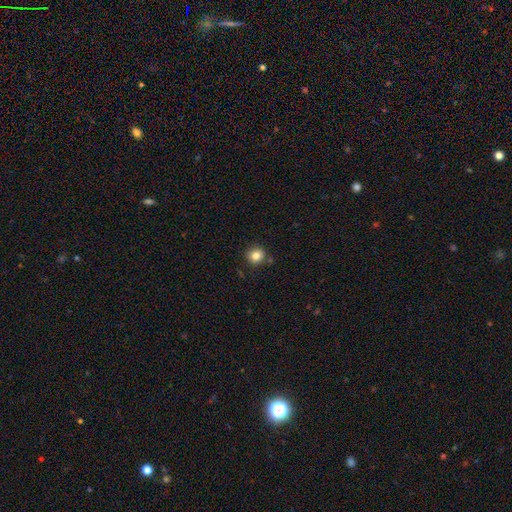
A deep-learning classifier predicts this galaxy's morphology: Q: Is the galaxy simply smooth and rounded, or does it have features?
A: smooth — 82%.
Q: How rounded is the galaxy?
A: round — 89%.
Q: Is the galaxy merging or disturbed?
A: none — 85%.